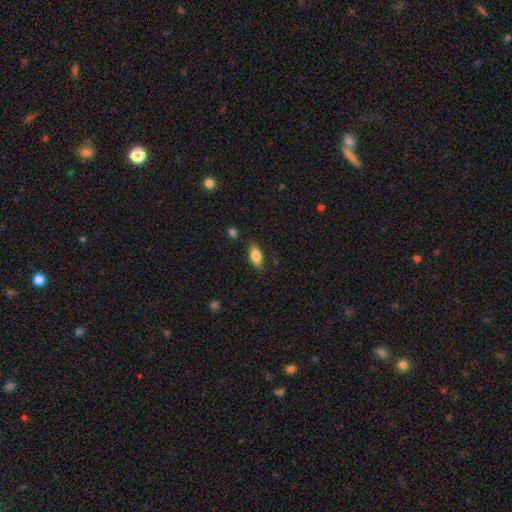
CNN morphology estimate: This is clearly a smooth galaxy (81%). How rounded: clearly in between (86%). Merging: clearly none (82%).